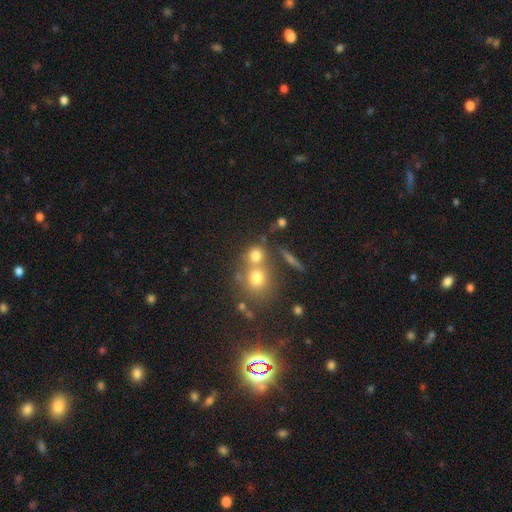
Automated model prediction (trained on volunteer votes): Smooth or featured: smooth — 72% (star or artifact — 15%)
How rounded: round — 80% (in between — 18%)
Merging: none — 47% (merger — 41%)